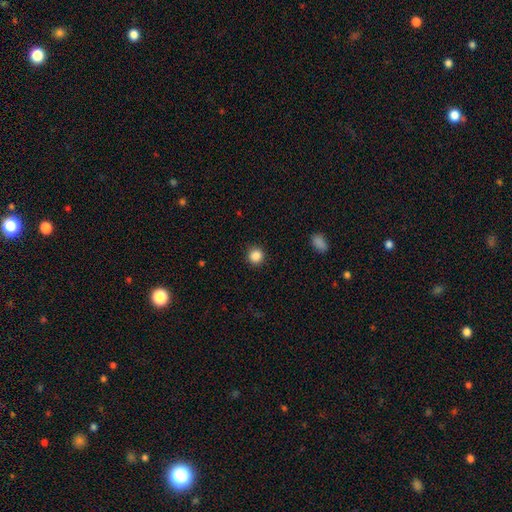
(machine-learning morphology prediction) Smooth or featured: smooth — 87% (star or artifact — 10%)
How rounded: round — 92% (in between — 7%)
Merging: none — 90% (minor disturbance — 7%)